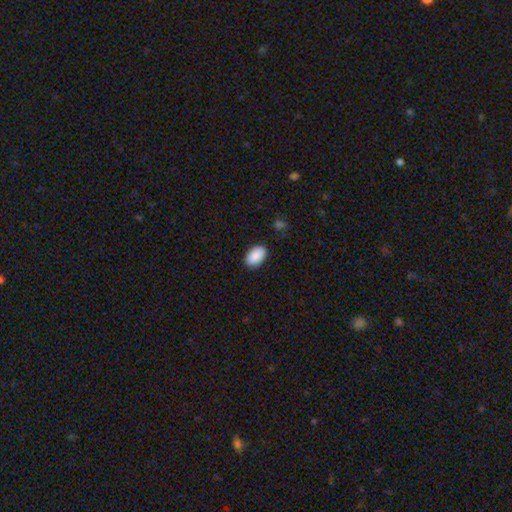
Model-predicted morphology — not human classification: Smooth or featured?
  - smooth: 91% *
  - star or artifact: 7%
  - featured or disk: 3%
How rounded?
  - in between: 92% *
  - round: 6%
  - cigar-shaped: 1%
Merging?
  - none: 88% *
  - minor disturbance: 9%
  - major disturbance: 2%
  - merger: 1%